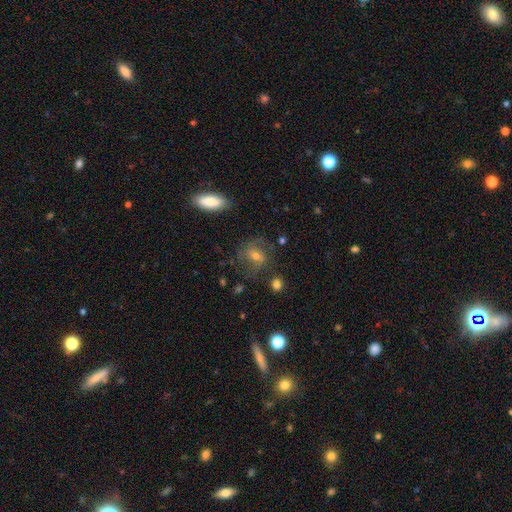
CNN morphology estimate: Q: Smooth or featured?
A: featured or disk (50%); runner-up: smooth (36%)
Q: Edge-on disk?
A: no (95%); runner-up: yes (5%)
Q: Merging?
A: none (64%); runner-up: minor disturbance (19%)